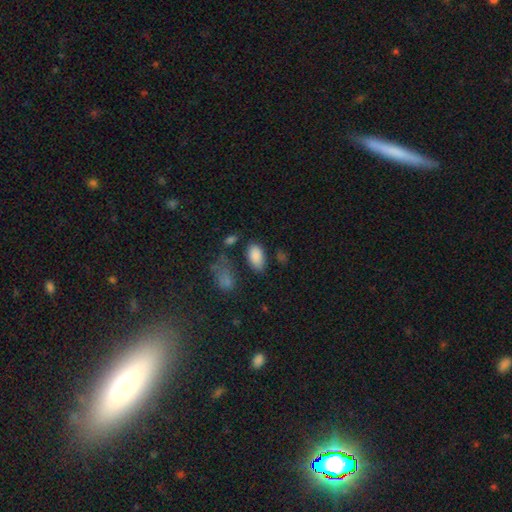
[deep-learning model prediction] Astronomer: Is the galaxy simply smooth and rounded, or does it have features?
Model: smooth — 87%.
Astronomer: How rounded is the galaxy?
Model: in between — 94%.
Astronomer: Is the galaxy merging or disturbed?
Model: none — 67%.